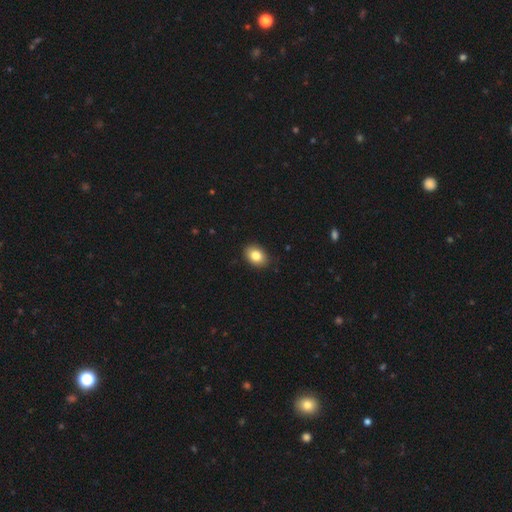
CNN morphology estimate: This is clearly a smooth galaxy (83%). How rounded: likely in between (74%). Merging: clearly none (88%).